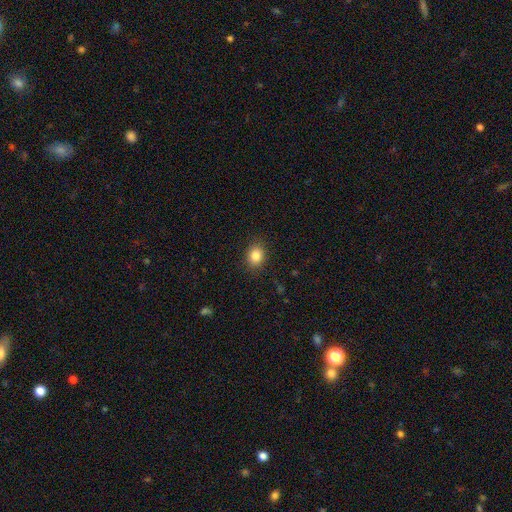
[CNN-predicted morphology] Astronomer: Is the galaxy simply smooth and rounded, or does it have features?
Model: smooth — 85%.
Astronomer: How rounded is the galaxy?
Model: round — 55% (runner-up: in between, 44%).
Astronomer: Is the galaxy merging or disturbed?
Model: none — 88%.